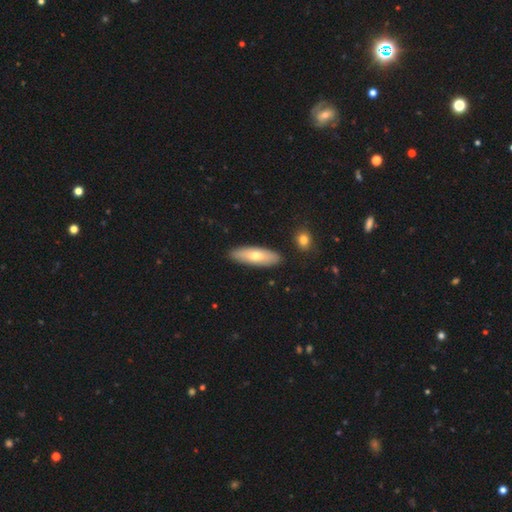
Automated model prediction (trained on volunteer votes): smooth 66%, featured or disk 29%, star or artifact 6%. Down the decision tree: how rounded — in between (57%); merging — none (87%).